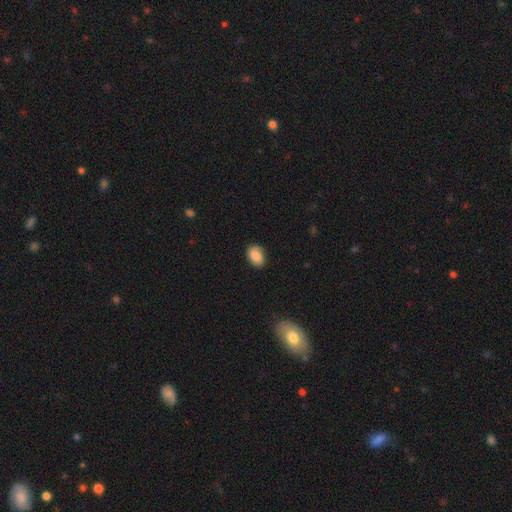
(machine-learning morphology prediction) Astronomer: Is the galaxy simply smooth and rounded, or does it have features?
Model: smooth — 82%.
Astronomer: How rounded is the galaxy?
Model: in between — 77%.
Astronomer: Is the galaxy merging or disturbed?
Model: none — 82%.